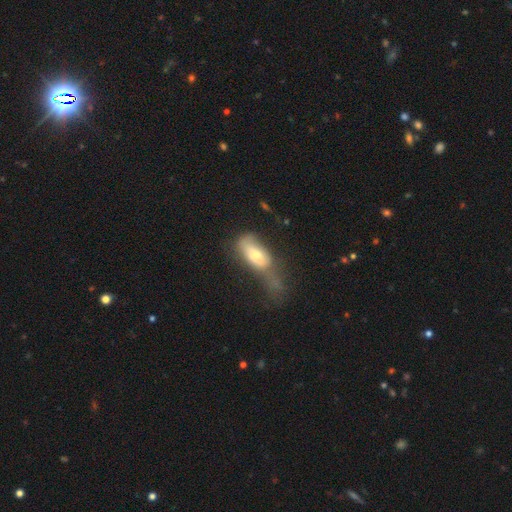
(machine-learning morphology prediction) smooth 59%, featured or disk 32%, star or artifact 9%. Down the decision tree: how rounded — in between (78%); merging — major disturbance (43%).